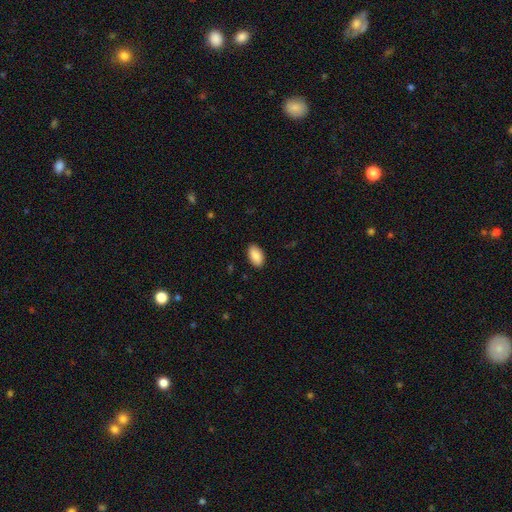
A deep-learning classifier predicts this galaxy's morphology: A smooth galaxy with no disk features (89%) that is in between round and cigar-shaped (95%).

Vote fractions:
- Smooth or featured? smooth: 89% / star or artifact: 6% / featured or disk: 5%
- How rounded? in between: 95% / round: 3% / cigar-shaped: 2%
- Merging? none: 88% / minor disturbance: 9% / major disturbance: 2% / merger: 1%